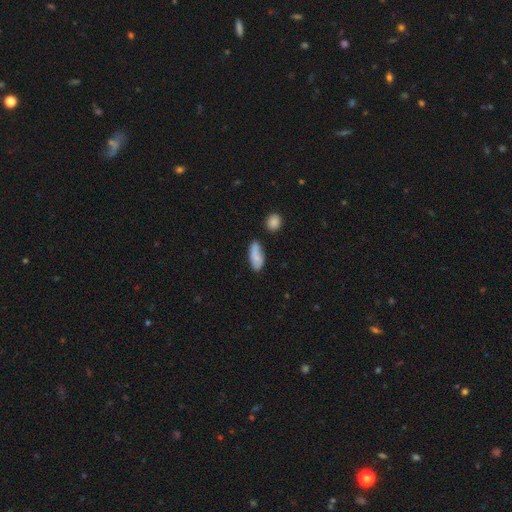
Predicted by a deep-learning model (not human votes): A smooth galaxy with no disk features (75%) that is in between round and cigar-shaped (84%). Merging: none (63%).